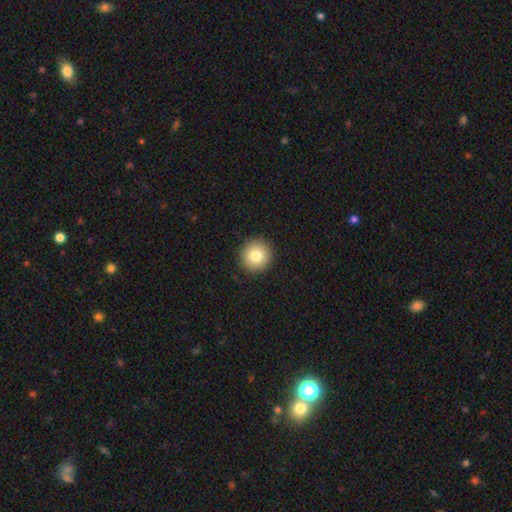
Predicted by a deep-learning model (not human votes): This appears to be a smooth galaxy with no disk features (80%) that is round (94%). Merging: none (92%).